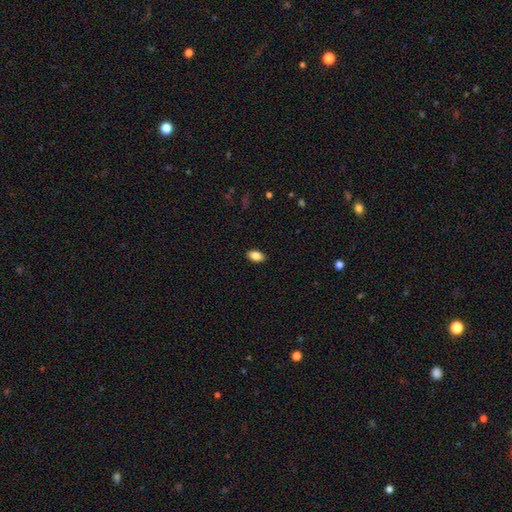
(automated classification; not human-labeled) Smooth or featured: smooth — 85% (star or artifact — 8%)
How rounded: in between — 91% (round — 6%)
Merging: none — 88% (minor disturbance — 9%)